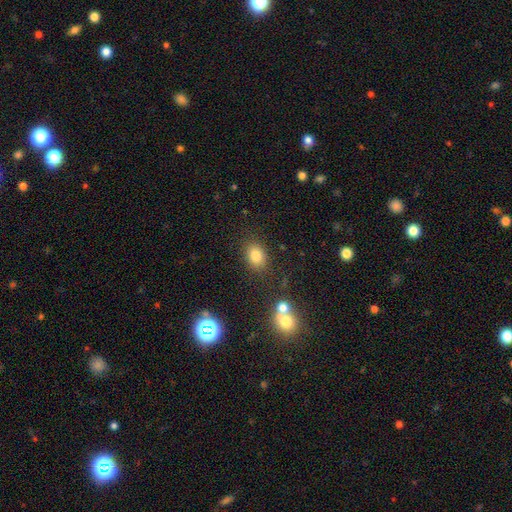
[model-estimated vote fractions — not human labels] Smooth or featured: smooth — 82% (star or artifact — 11%)
How rounded: in between — 66% (round — 32%)
Merging: none — 80% (minor disturbance — 11%)